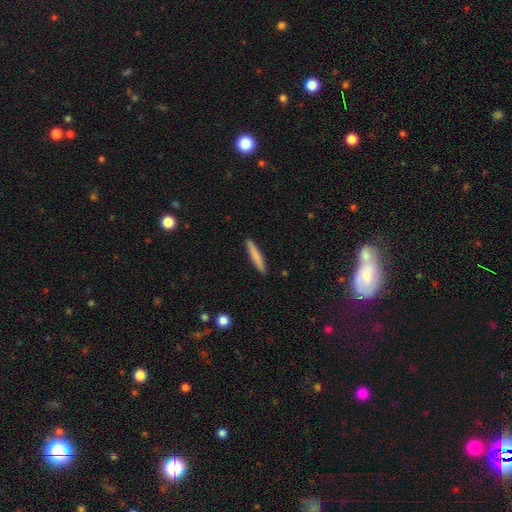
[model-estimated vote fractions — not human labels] This appears to be a smooth galaxy with no disk features (77%) that is cigar-shaped (94%). Merging: none (91%).